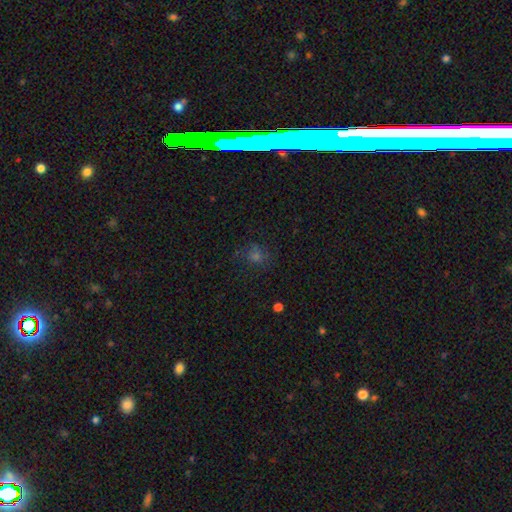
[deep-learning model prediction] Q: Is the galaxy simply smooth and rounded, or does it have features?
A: smooth — 46%.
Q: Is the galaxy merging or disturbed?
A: none — 77%.